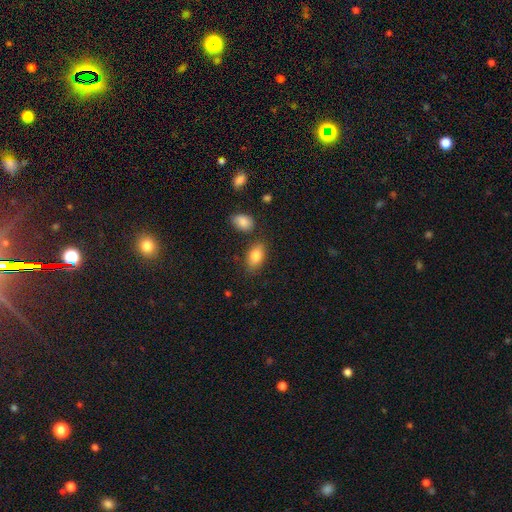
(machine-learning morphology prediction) smooth 83%, featured or disk 10%, star or artifact 7%. Down the decision tree: how rounded — in between (90%); merging — none (77%).